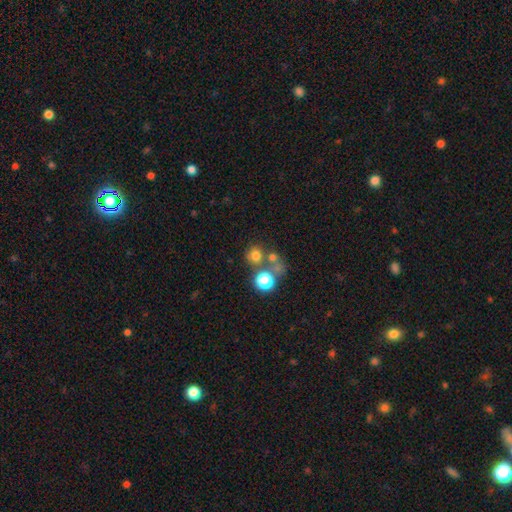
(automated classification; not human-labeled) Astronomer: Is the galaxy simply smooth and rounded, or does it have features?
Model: smooth — 69%.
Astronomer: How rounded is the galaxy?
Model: round — 86%.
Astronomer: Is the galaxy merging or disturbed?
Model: none — 59%.